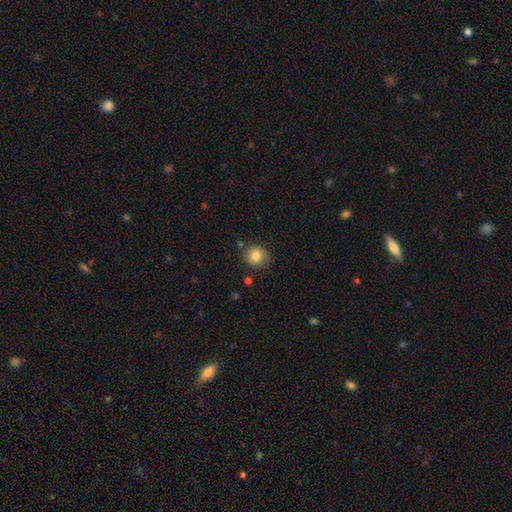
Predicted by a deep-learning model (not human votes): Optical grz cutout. It shows a smooth galaxy with no disk features (84%) that is round (88%). Merging: none (82%).